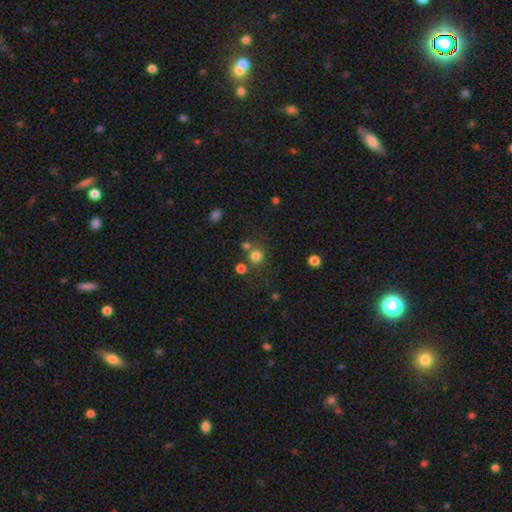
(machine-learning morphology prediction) type=smooth (77%); roundness=round (89%); merging=none (69%).